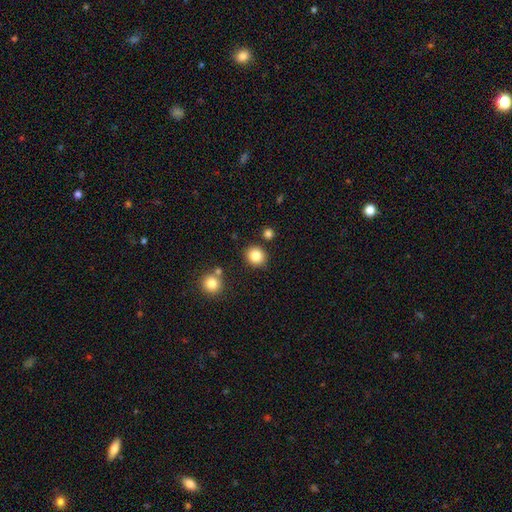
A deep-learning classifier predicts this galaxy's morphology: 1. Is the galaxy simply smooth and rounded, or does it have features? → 84% smooth, 10% star or artifact, 6% featured or disk.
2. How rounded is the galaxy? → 82% round, 17% in between, 1% cigar-shaped.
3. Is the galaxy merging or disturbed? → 85% none, 7% minor disturbance, 5% merger, 2% major disturbance.